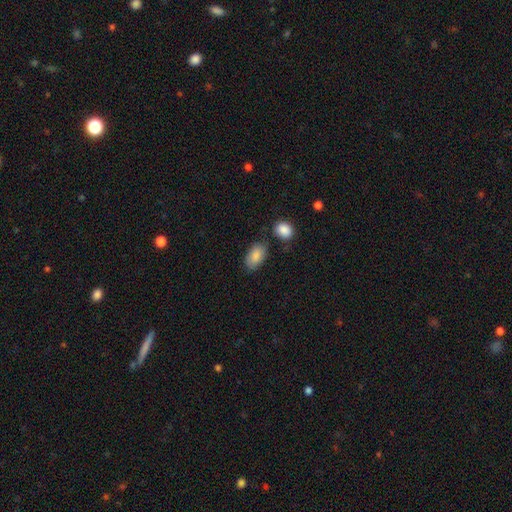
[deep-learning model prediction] Overall: smooth (87%). How rounded: in between (93%). Merging: none (73%).